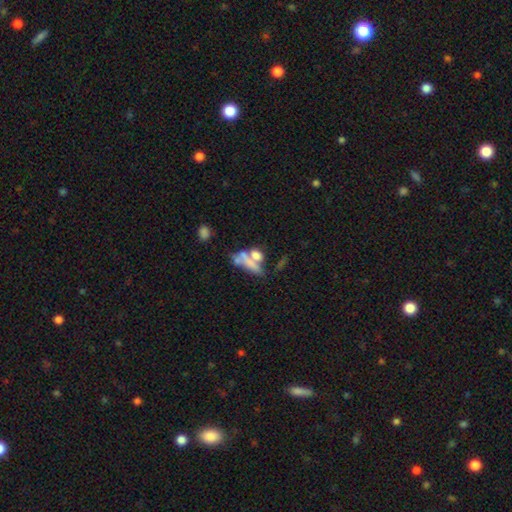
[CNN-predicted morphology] smooth 51%, featured or disk 35%, star or artifact 14%. Down the decision tree: how rounded — in between (54%); merging — merger (49%).